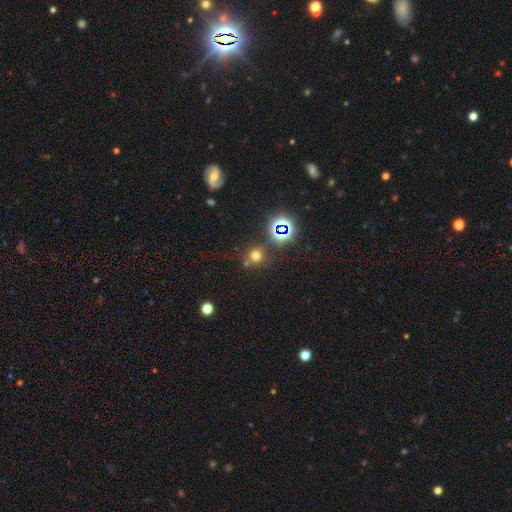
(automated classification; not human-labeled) smooth 61%, star or artifact 30%, featured or disk 9%. Down the decision tree: how rounded — round (90%); merging — none (72%).